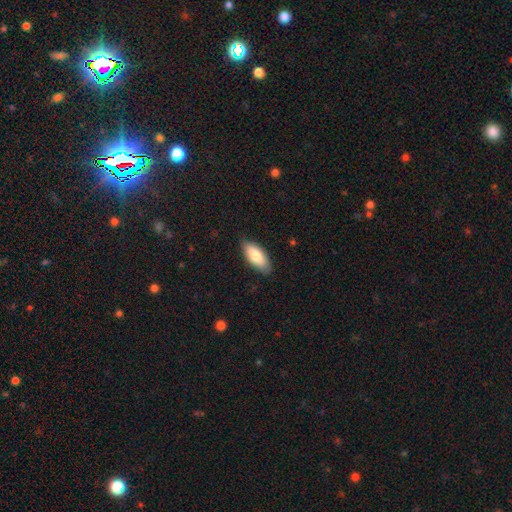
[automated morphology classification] Smooth or featured?
  - smooth: 80% *
  - featured or disk: 14%
  - star or artifact: 6%
How rounded?
  - in between: 85% *
  - cigar-shaped: 13%
  - round: 2%
Merging?
  - none: 83% *
  - minor disturbance: 14%
  - major disturbance: 2%
  - merger: 1%